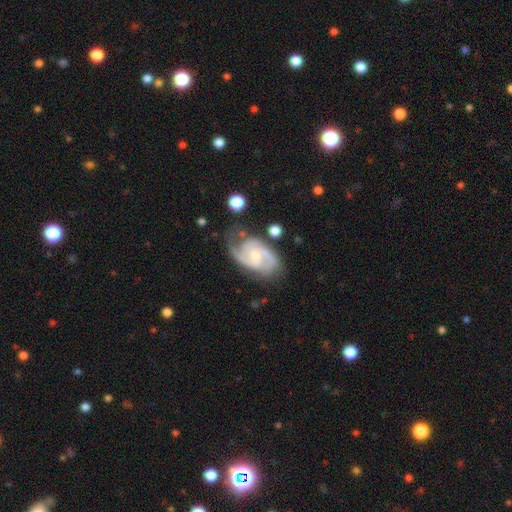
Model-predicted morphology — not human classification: Smooth or featured: featured or disk — 87% (smooth — 8%)
Edge-on disk: no — 97% (yes — 3%)
Bar: weak — 49% (no — 40%)
Spiral arms: yes — 97% (no — 3%)
Spiral winding: medium — 54% (tight — 31%)
Spiral arm count: 2 — 80% (3 — 8%)
Bulge size: small — 53% (moderate — 39%)
Merging: none — 66% (minor disturbance — 22%)